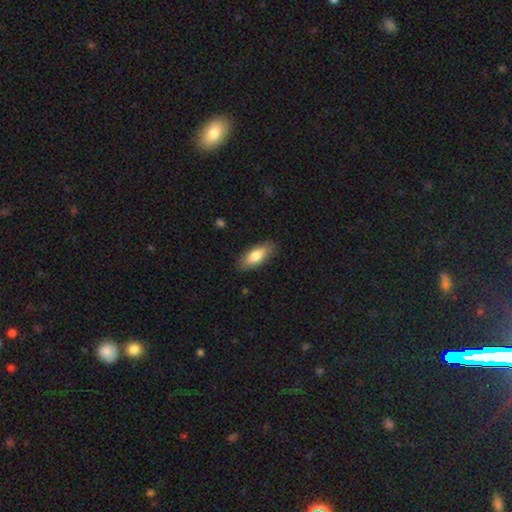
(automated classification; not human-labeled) This appears to be a smooth galaxy with no disk features (77%) that is in between round and cigar-shaped (78%). Merging: none (86%).